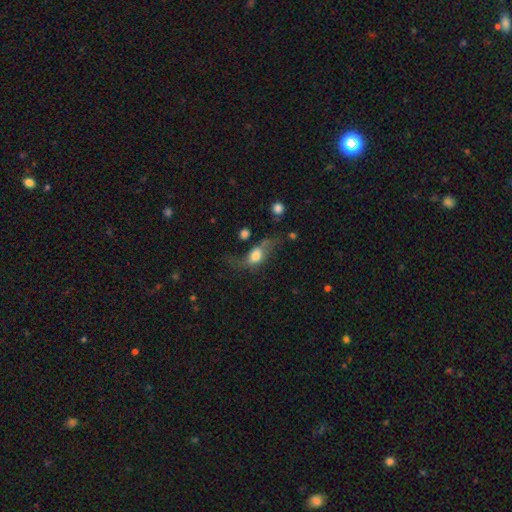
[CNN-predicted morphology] Q: Smooth or featured?
A: smooth (55%); runner-up: featured or disk (35%)
Q: How rounded?
A: in between (71%); runner-up: round (20%)
Q: Merging?
A: major disturbance (38%); runner-up: none (32%)